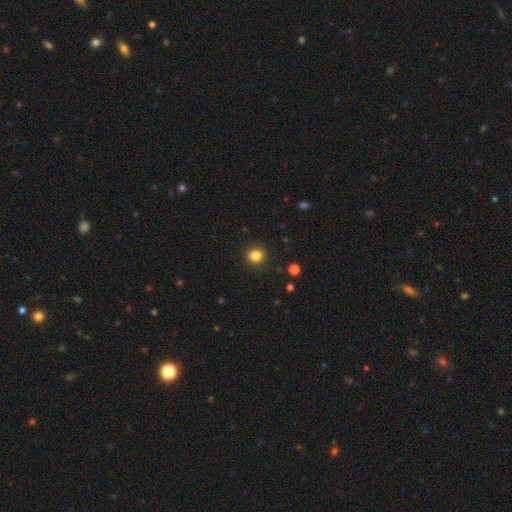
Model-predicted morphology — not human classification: Smooth or featured? Predicted: smooth (p=0.84). How rounded? Predicted: round (p=0.92). Merging? Predicted: none (p=0.92).